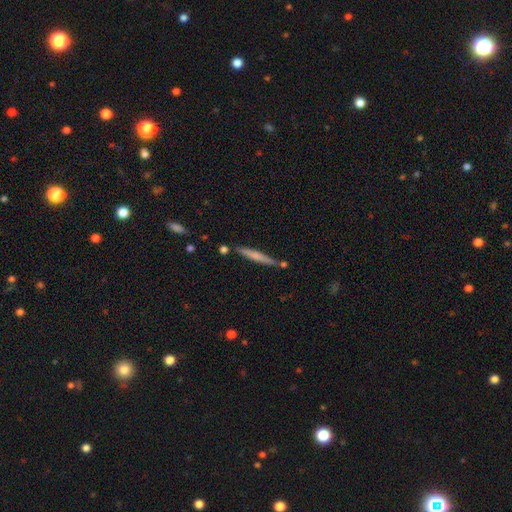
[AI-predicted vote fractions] smooth 53%, featured or disk 41%, star or artifact 6%. Down the decision tree: how rounded — cigar-shaped (95%); merging — none (79%).